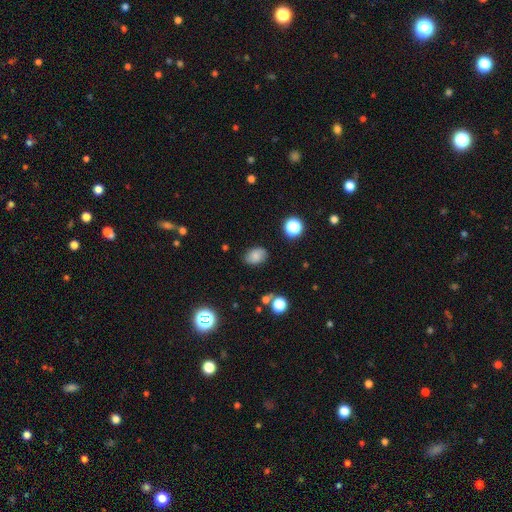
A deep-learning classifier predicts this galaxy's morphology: A smooth galaxy with no disk features (70%) that is in between round and cigar-shaped (78%).

Vote fractions:
- Smooth or featured? smooth: 70% / featured or disk: 18% / star or artifact: 12%
- How rounded? in between: 78% / round: 21% / cigar-shaped: 1%
- Merging? none: 80% / minor disturbance: 14% / major disturbance: 3% / merger: 2%